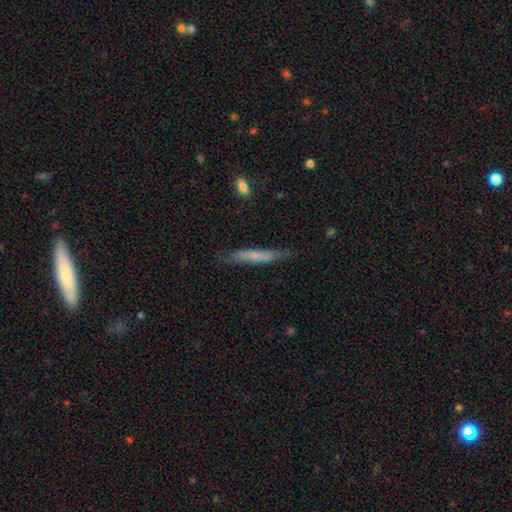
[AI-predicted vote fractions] This appears to be a smooth galaxy with no disk features (57%) that is cigar-shaped (92%). Merging: none (74%).